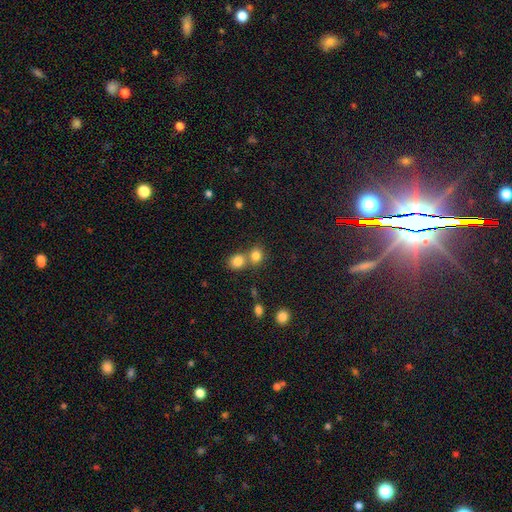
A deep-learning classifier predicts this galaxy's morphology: Smooth or featured? smooth (81%)
How rounded? round (76%)
Merging? none (49%)